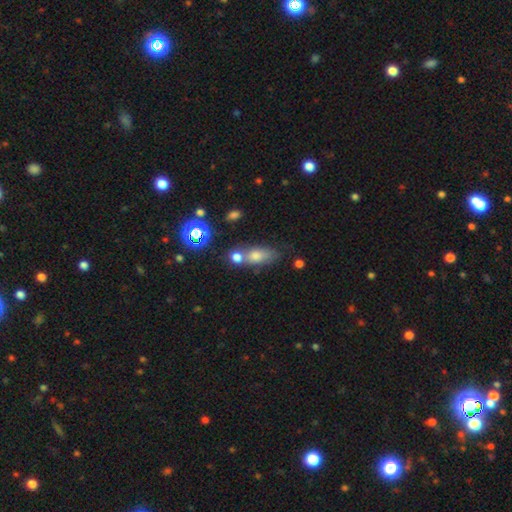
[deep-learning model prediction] Smooth or featured? Predicted: smooth (p=0.67). How rounded? Predicted: in between (p=0.65). Merging? Predicted: none (p=0.47).